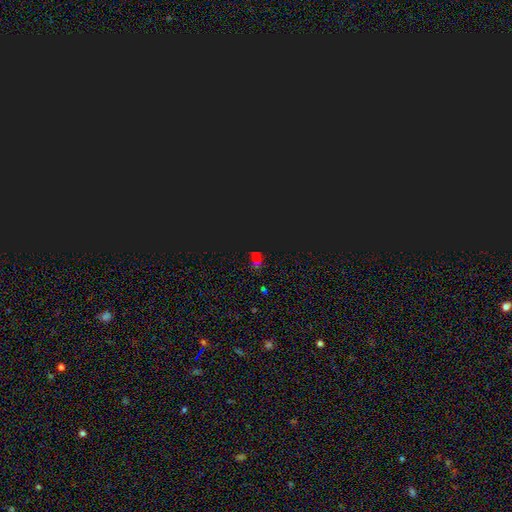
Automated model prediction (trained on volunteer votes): Smooth or featured?
  - star or artifact: 67% *
  - smooth: 25%
  - featured or disk: 9%